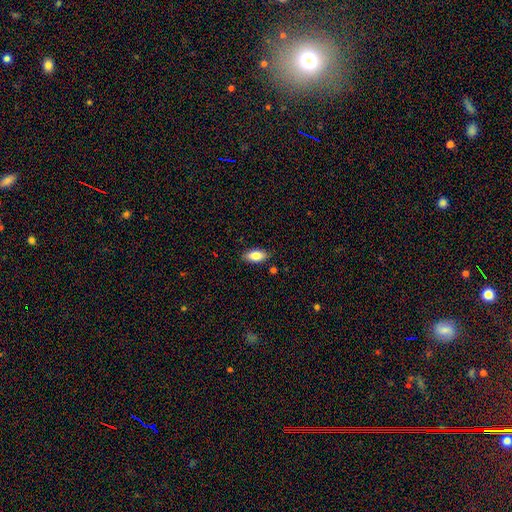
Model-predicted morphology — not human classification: smooth_or_featured: smooth (p=0.83) [alt: featured or disk p=0.10]
how_rounded: in between (p=0.91) [alt: cigar-shaped p=0.06]
merging: none (p=0.86) [alt: minor disturbance p=0.11]